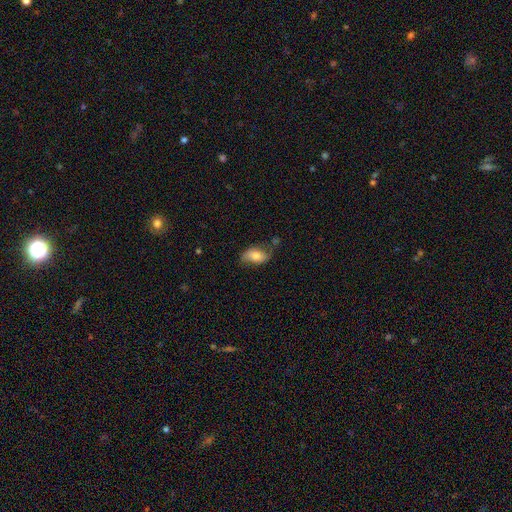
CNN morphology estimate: Smooth or featured?
  - smooth: 66% *
  - featured or disk: 26%
  - star or artifact: 8%
How rounded?
  - in between: 92% *
  - round: 5%
  - cigar-shaped: 3%
Merging?
  - none: 59% *
  - minor disturbance: 27%
  - major disturbance: 9%
  - merger: 5%